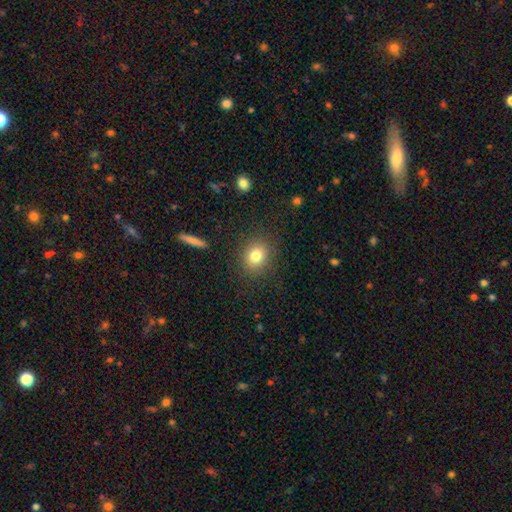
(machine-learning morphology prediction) smooth-or-featured: smooth: 80% | star or artifact: 11% | featured or disk: 9%
  how-rounded: round: 69% | in between: 29% | cigar-shaped: 1%
  merging: none: 87% | minor disturbance: 9% | major disturbance: 4% | merger: 1%